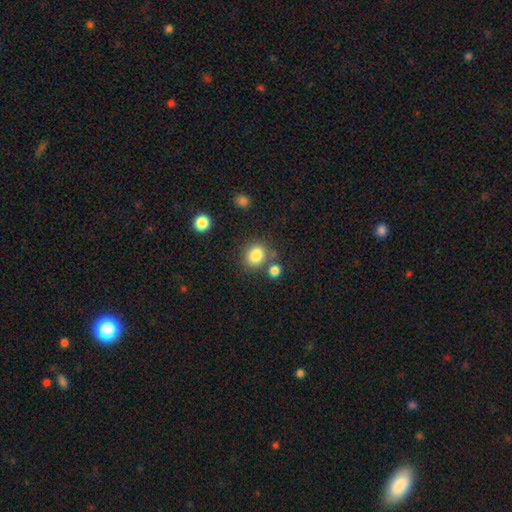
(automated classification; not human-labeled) Overall: smooth (84%). How rounded: round (65%; in between 34%). Merging: none (68%).